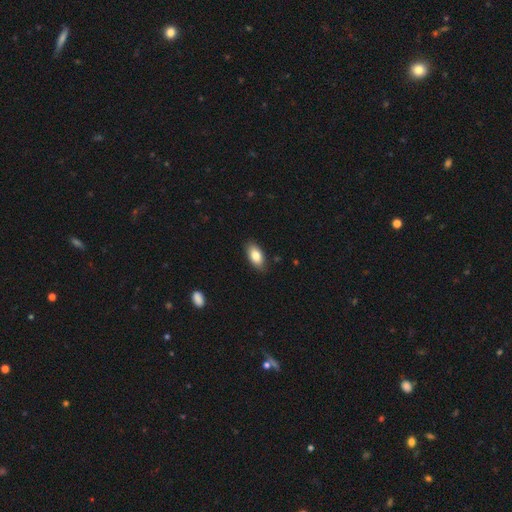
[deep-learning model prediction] A smooth galaxy with no disk features (81%) that is in between round and cigar-shaped (91%).

Vote fractions:
- Smooth or featured? smooth: 81% / featured or disk: 12% / star or artifact: 7%
- How rounded? in between: 91% / cigar-shaped: 5% / round: 4%
- Merging? none: 86% / minor disturbance: 11% / major disturbance: 2% / merger: 1%